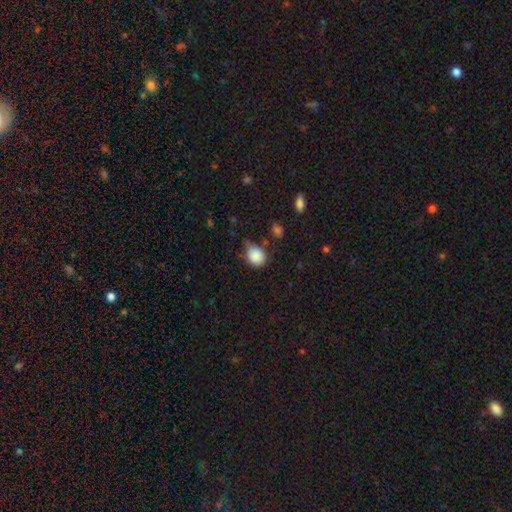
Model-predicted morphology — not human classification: Smooth or featured: smooth — 85% (star or artifact — 9%)
How rounded: round — 71% (in between — 28%)
Merging: none — 49% (minor disturbance — 37%)